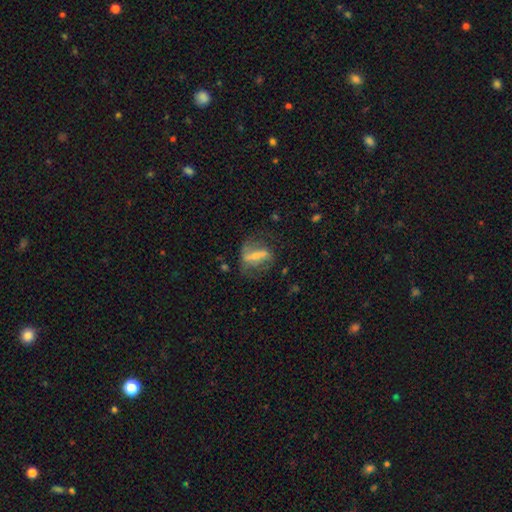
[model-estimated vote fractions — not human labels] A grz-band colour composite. It shows a featured or disk galaxy (65%) with a strong bar (55%), spiral arms (69%) and a small central bulge (54%). Merging: none (58%).